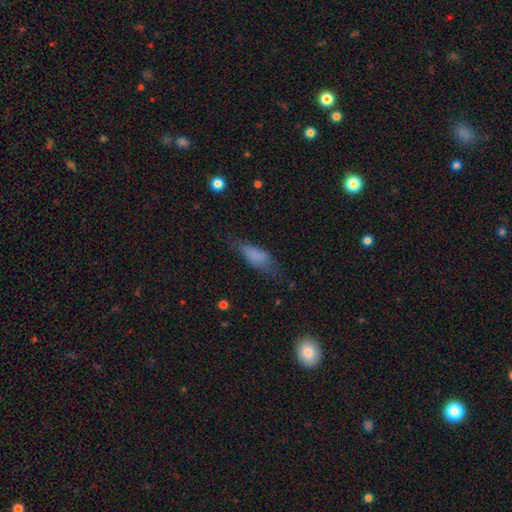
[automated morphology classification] smooth_or_featured: smooth (p=0.76) [alt: featured or disk p=0.15]
how_rounded: in between (p=0.64) [alt: cigar-shaped p=0.33]
merging: none (p=0.56) [alt: minor disturbance p=0.29]